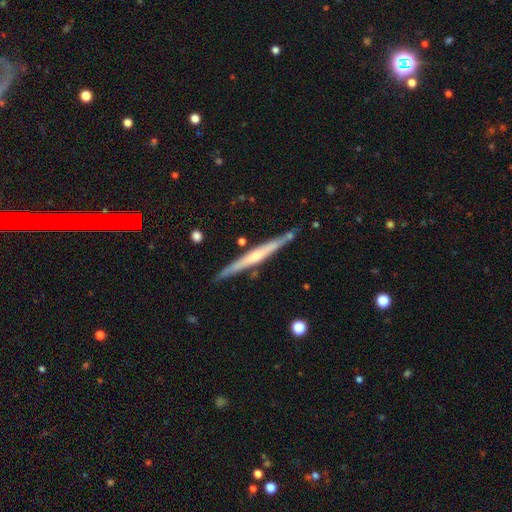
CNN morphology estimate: A featured or disk galaxy (67%) viewed edge-on (97%) with a rounded central bulge (54%). Merging: none (85%).